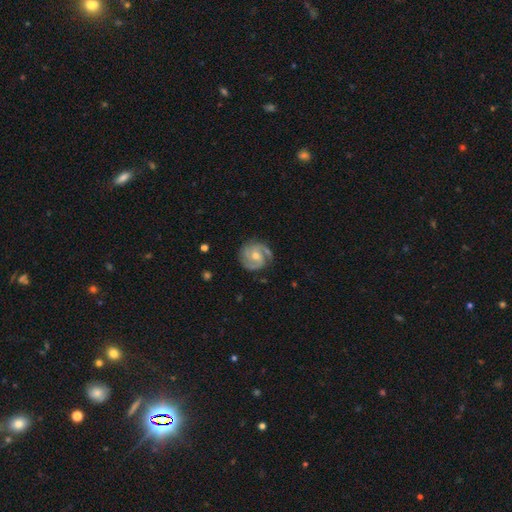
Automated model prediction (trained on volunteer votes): smooth_or_featured: featured or disk (p=0.87) [alt: smooth p=0.08]
disk_edge_on: no (p=0.98) [alt: yes p=0.02]
bar: no (p=0.53) [alt: weak p=0.38]
has_spiral_arms: yes (p=0.97) [alt: no p=0.03]
spiral_winding: tight (p=0.51) [alt: medium p=0.40]
spiral_arm_count: 2 (p=0.55) [alt: 3 p=0.26]
bulge_size: moderate (p=0.55) [alt: small p=0.41]
merging: none (p=0.78) [alt: minor disturbance p=0.15]